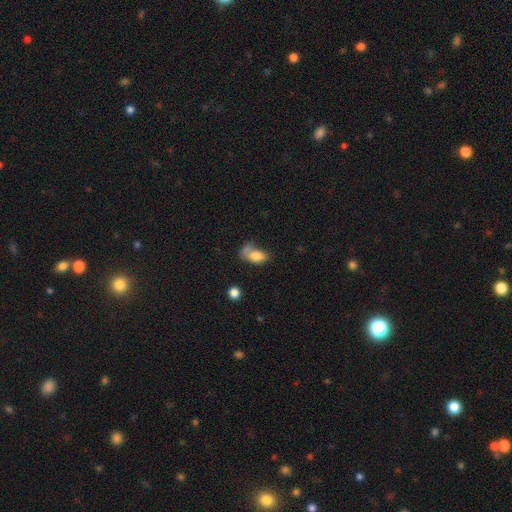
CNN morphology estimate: This is likely a smooth galaxy (75%). How rounded: clearly in between (89%). Merging: marginally none (30%).